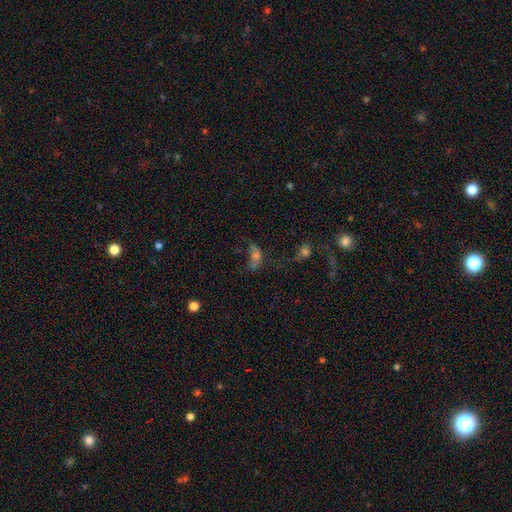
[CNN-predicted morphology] The model was most divided on "merging": major disturbance: 34%, none: 30%, merger: 20%, minor disturbance: 16%. Remaining: smooth or featured — smooth (42%).